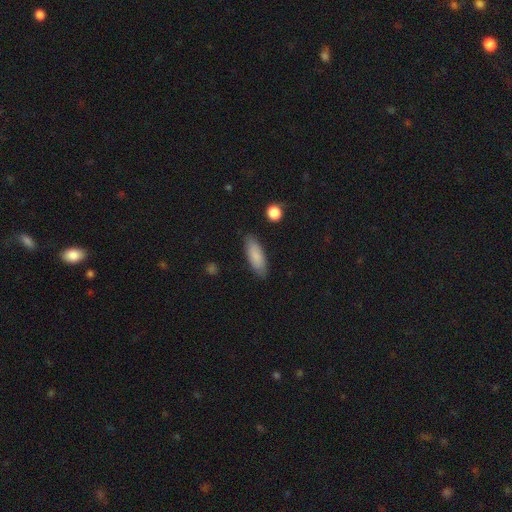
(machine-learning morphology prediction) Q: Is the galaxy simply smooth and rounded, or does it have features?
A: smooth — 84%.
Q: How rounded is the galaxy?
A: in between — 66%.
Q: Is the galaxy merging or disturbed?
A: none — 85%.